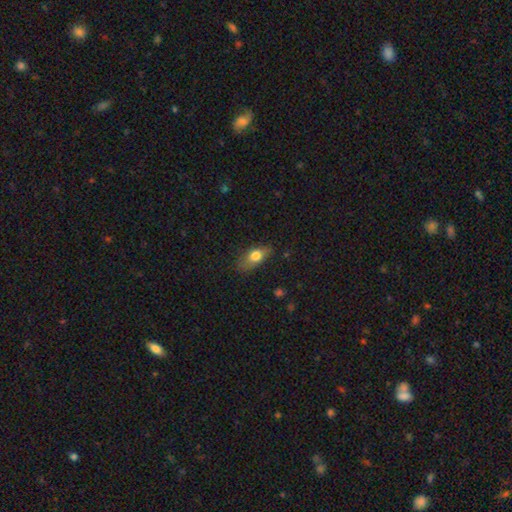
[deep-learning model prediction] Overall: smooth (75%). How rounded: in between (79%). Merging: none (69%).